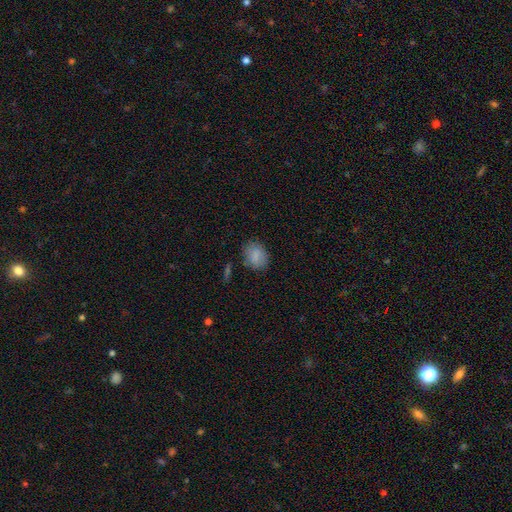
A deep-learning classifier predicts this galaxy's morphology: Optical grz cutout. It shows a smooth galaxy with no disk features (84%) that is in between round and cigar-shaped (58%). Merging: none (76%).